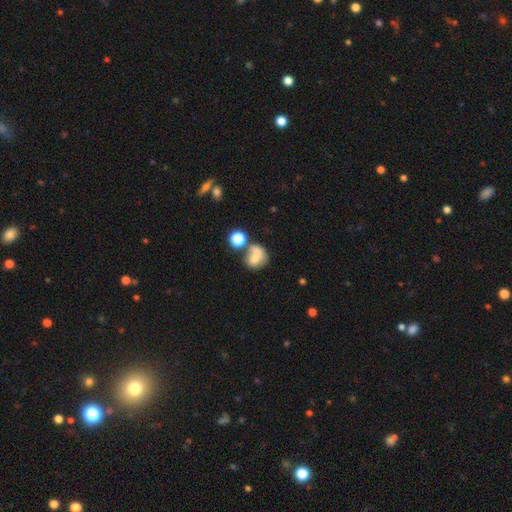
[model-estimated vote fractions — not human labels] This is likely a smooth galaxy (67%). How rounded: likely round (66%). Merging: possibly merger (49%).